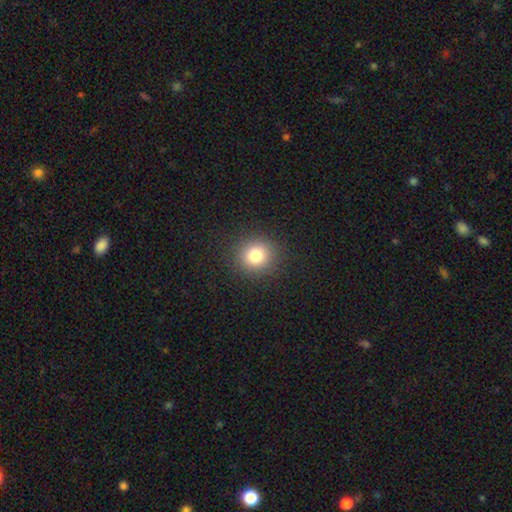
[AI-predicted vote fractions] Smooth or featured? smooth (80%)
How rounded? round (88%)
Merging? none (91%)